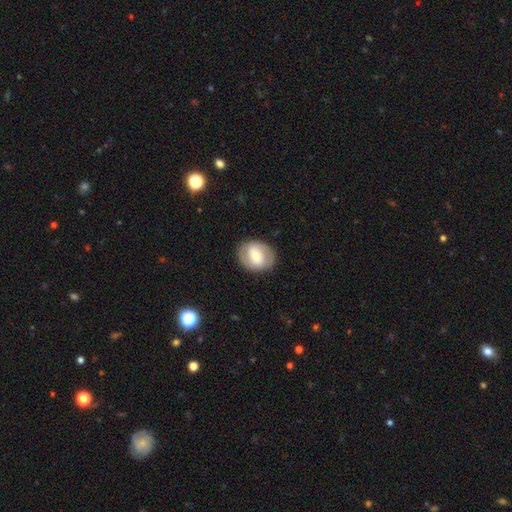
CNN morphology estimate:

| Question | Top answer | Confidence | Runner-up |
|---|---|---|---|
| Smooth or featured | smooth | 50% | featured or disk (44%) |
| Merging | none | 84% | minor disturbance (11%) |